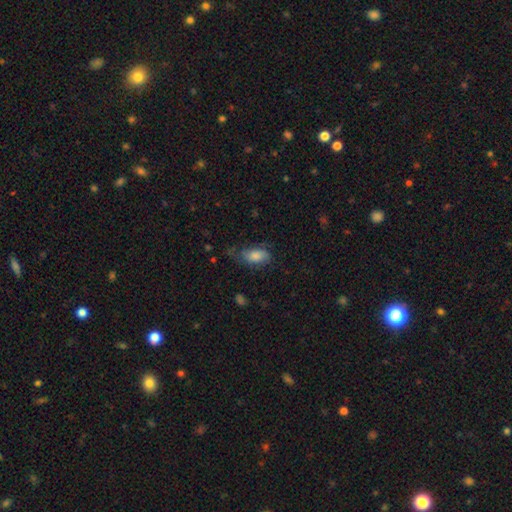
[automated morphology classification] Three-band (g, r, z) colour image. It shows a smooth galaxy with no disk features (70%) that is in between round and cigar-shaped (90%). Merging: none (47%).